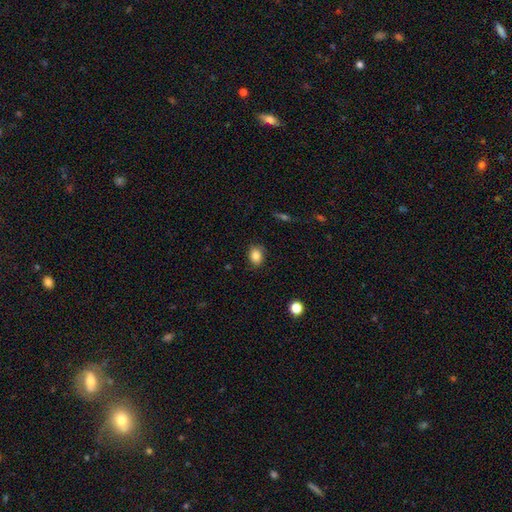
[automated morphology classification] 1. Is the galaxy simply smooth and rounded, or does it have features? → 85% smooth, 9% star or artifact, 6% featured or disk.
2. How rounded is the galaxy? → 58% in between, 41% round, 1% cigar-shaped.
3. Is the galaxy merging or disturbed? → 84% none, 12% minor disturbance, 3% major disturbance, 1% merger.